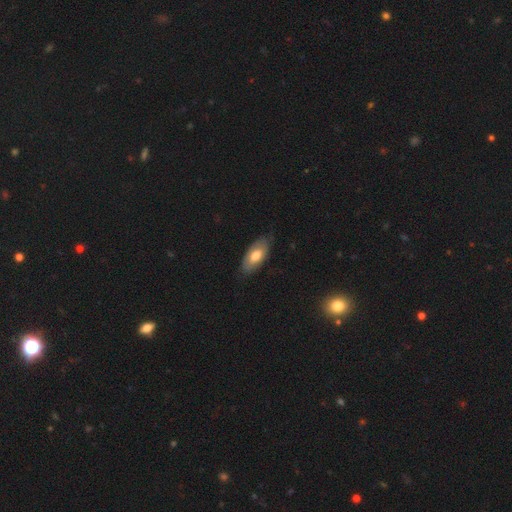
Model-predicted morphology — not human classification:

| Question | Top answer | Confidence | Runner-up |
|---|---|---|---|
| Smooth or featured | smooth | 64% | featured or disk (31%) |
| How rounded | in between | 91% | cigar-shaped (6%) |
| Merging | none | 77% | minor disturbance (18%) |